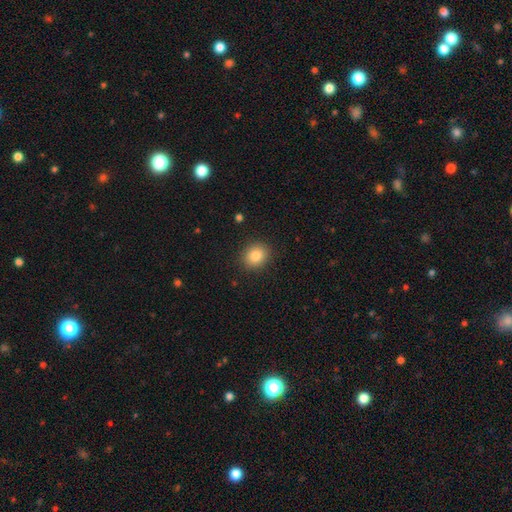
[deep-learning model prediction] Overall: smooth (84%). How rounded: round (68%; in between 31%). Merging: none (89%).